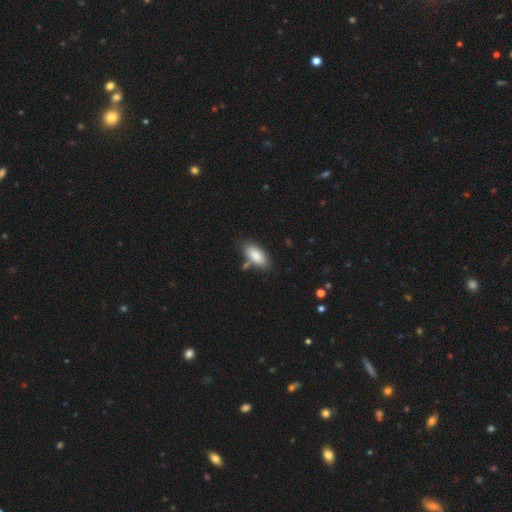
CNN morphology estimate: smooth-or-featured: smooth: 86% | featured or disk: 8% | star or artifact: 6%
  how-rounded: in between: 88% | cigar-shaped: 10% | round: 2%
  merging: none: 75% | minor disturbance: 14% | merger: 8% | major disturbance: 3%